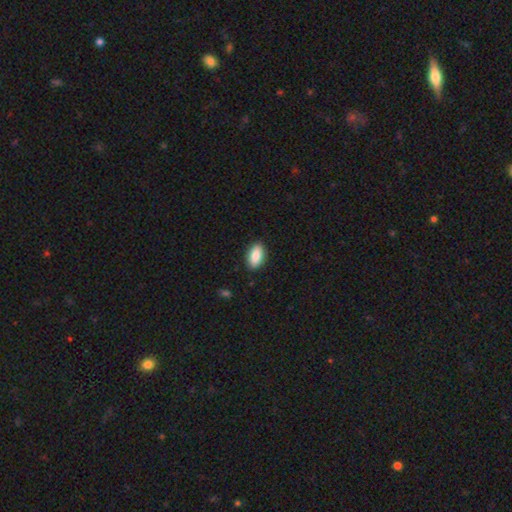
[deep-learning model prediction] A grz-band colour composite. It shows a smooth galaxy with no disk features (87%) that is in between round and cigar-shaped (91%). Merging: none (89%).